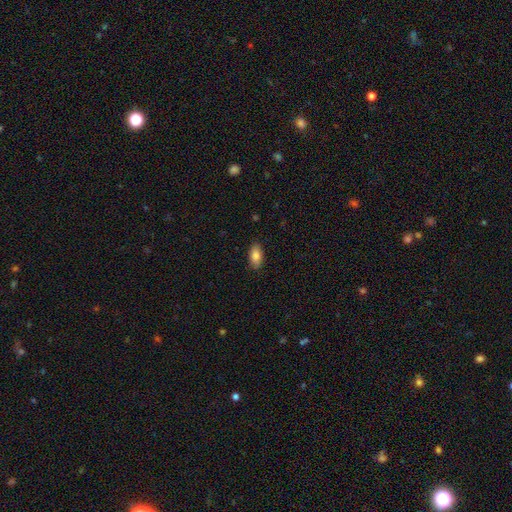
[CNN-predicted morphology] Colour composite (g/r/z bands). It shows a smooth galaxy with no disk features (84%) that is in between round and cigar-shaped (90%). Merging: none (88%).